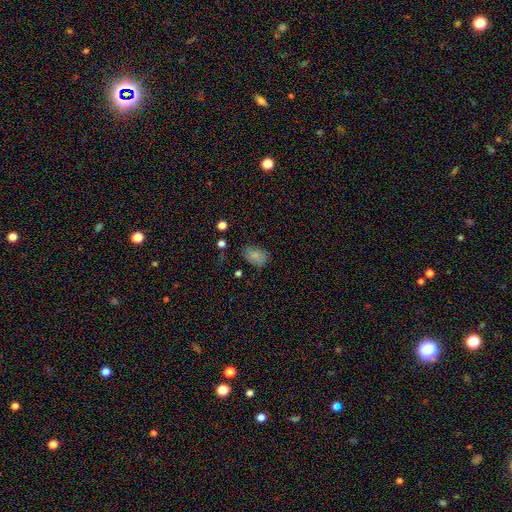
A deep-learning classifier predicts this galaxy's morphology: The model was most divided on "merging": none: 72%, minor disturbance: 20%, major disturbance: 5%, merger: 2%. More confident: how rounded — in between (84%); smooth or featured — smooth (81%).